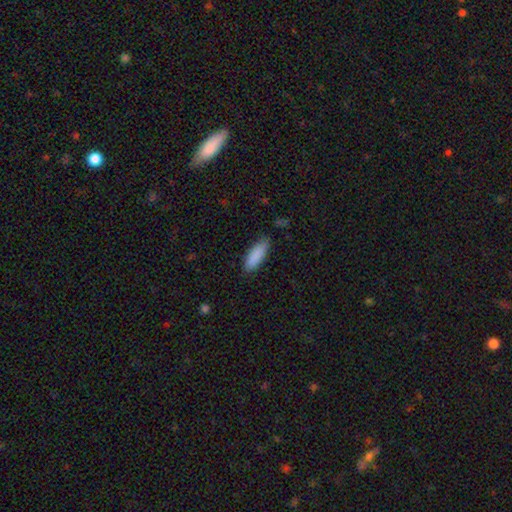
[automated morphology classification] Smooth or featured: smooth — 88% (star or artifact — 6%)
How rounded: in between — 58% (cigar-shaped — 41%)
Merging: none — 82% (minor disturbance — 15%)